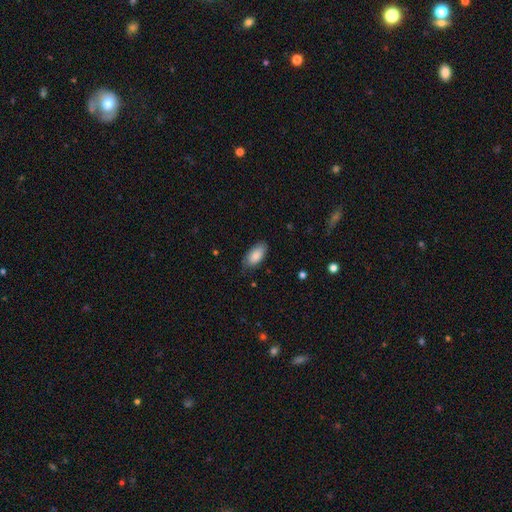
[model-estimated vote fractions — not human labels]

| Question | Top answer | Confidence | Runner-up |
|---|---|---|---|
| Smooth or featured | smooth | 86% | featured or disk (8%) |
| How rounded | in between | 92% | cigar-shaped (5%) |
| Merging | none | 72% | minor disturbance (23%) |